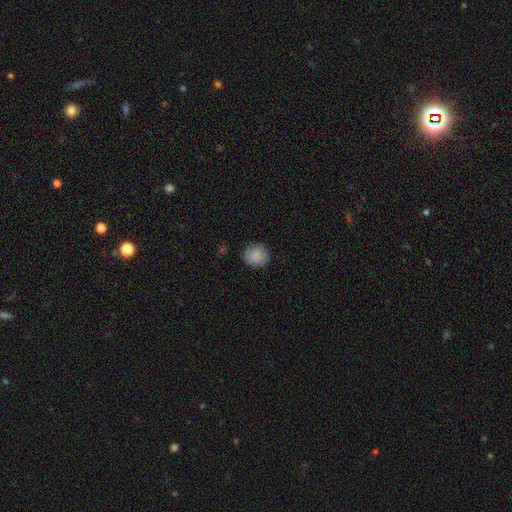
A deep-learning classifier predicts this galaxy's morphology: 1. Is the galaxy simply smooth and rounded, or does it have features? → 87% smooth, 8% star or artifact, 5% featured or disk.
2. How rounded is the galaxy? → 86% round, 13% in between, 1% cigar-shaped.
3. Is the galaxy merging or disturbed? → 86% none, 11% minor disturbance, 2% major disturbance, 1% merger.